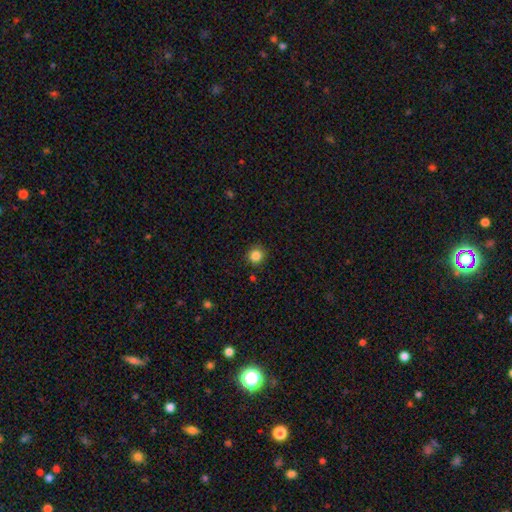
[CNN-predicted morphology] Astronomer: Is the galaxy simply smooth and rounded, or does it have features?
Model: smooth — 85%.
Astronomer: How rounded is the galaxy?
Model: round — 90%.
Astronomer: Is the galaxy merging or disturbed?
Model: none — 89%.